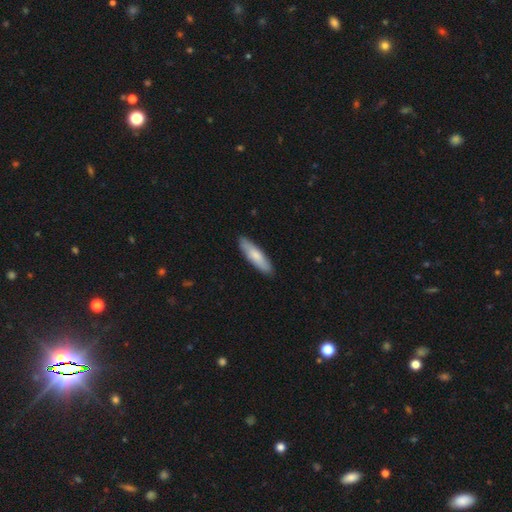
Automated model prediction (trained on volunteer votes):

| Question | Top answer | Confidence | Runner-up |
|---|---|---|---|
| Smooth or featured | smooth | 77% | featured or disk (18%) |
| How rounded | cigar-shaped | 66% | in between (32%) |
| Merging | none | 88% | minor disturbance (9%) |